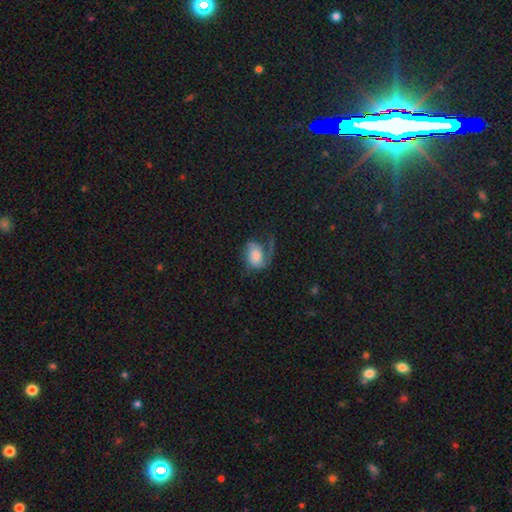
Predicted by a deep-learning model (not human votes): A featured or disk galaxy (60%) with no bar (67%), 2 (48%) loose (41%) spiral arms (89%) and a large central bulge (32%).

Vote fractions:
- Smooth or featured? featured or disk: 60% / smooth: 32% / star or artifact: 8%
- Edge-on disk? no: 97% / yes: 3%
- Bar? no: 67% / weak: 26% / strong: 7%
- Spiral arms? yes: 89% / no: 11%
- Spiral winding? loose: 41% / medium: 40% / tight: 19%
- Spiral arm count? 2: 48% / 1: 40% / can't tell: 6% / 3: 3% / 4: 1% / more than 4: 1%
- Bulge size? large: 32% / moderate: 27% / small: 19% / none: 13% / dominant: 10%
- Merging? none: 41% / major disturbance: 35% / minor disturbance: 22% / merger: 2%